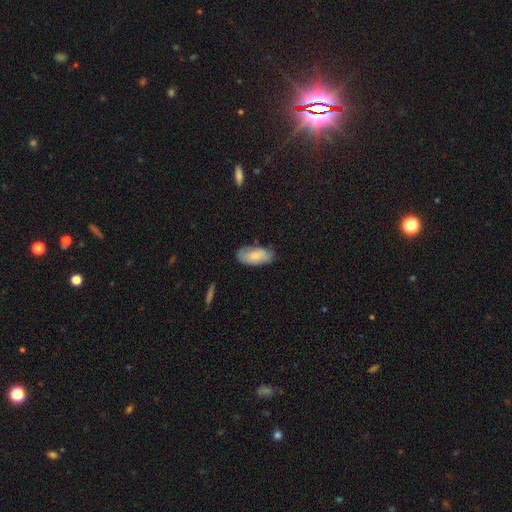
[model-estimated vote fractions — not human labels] This appears to be a smooth galaxy with no disk features (76%) that is in between round and cigar-shaped (92%). Merging: none (69%).